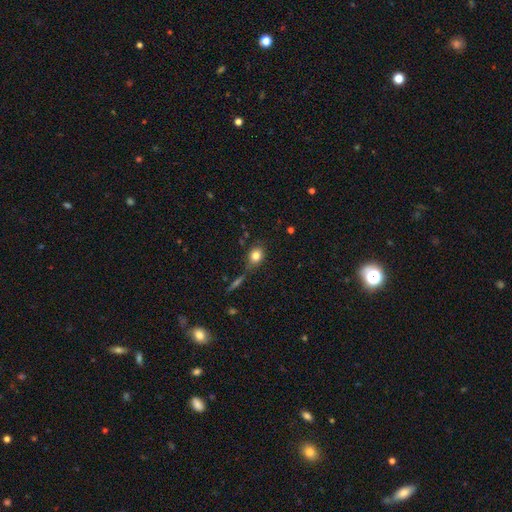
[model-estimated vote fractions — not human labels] A smooth galaxy with no disk features (81%) that is round (50%).

Vote fractions:
- Smooth or featured? smooth: 81% / star or artifact: 10% / featured or disk: 9%
- How rounded? round: 50% / in between: 48% / cigar-shaped: 2%
- Merging? none: 70% / minor disturbance: 15% / merger: 10% / major disturbance: 5%